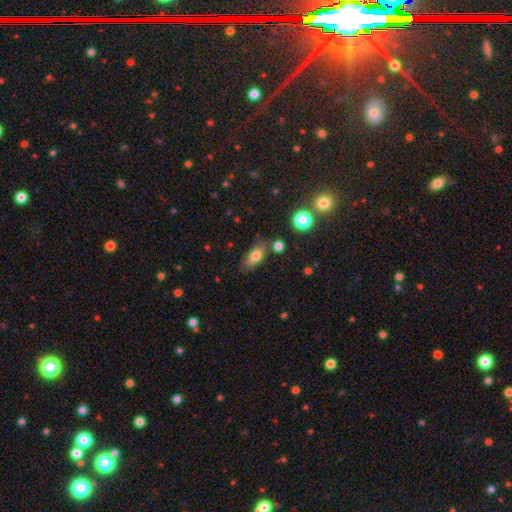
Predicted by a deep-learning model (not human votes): Q: Smooth or featured?
A: smooth (77%); runner-up: featured or disk (13%)
Q: How rounded?
A: in between (80%); runner-up: cigar-shaped (13%)
Q: Merging?
A: none (70%); runner-up: minor disturbance (18%)